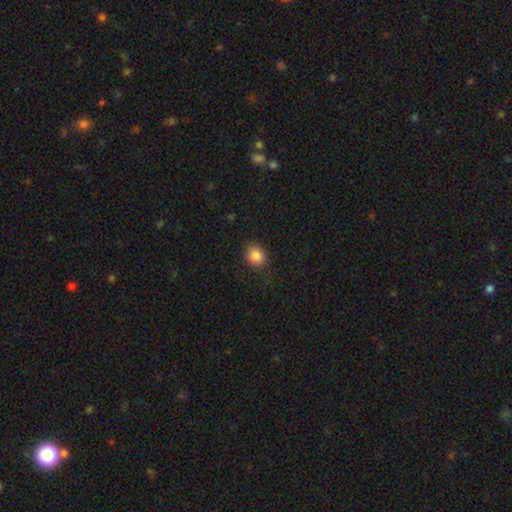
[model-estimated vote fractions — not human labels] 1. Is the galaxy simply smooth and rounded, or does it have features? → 86% smooth, 10% star or artifact, 5% featured or disk.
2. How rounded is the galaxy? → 59% round, 40% in between, 1% cigar-shaped.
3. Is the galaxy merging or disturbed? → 79% none, 15% minor disturbance, 4% major disturbance, 1% merger.